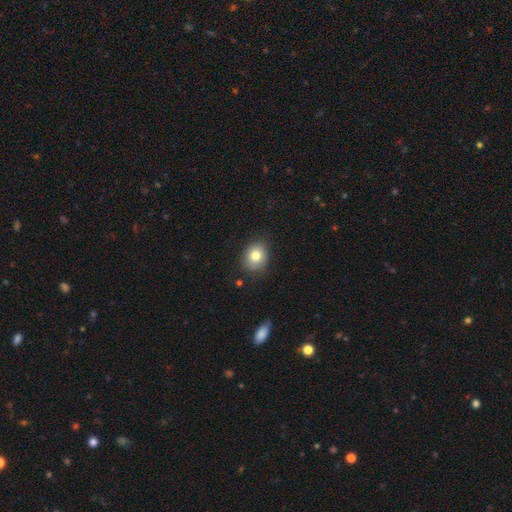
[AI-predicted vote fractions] A smooth galaxy with no disk features (80%) that is round (59%). Merging: none (81%).